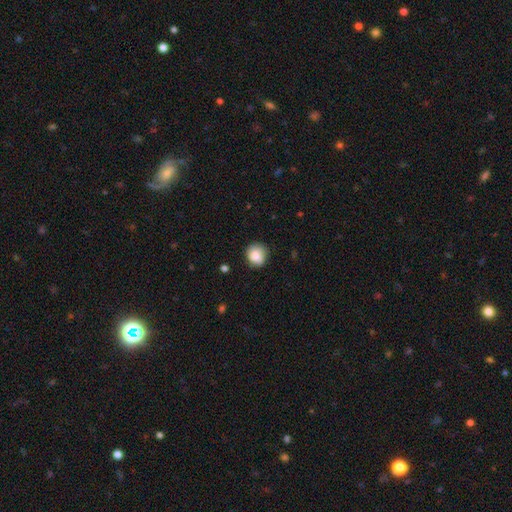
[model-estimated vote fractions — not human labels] Smooth or featured?
  - smooth: 85% *
  - star or artifact: 8%
  - featured or disk: 7%
How rounded?
  - round: 84% *
  - in between: 15%
  - cigar-shaped: 1%
Merging?
  - none: 73% *
  - minor disturbance: 21%
  - major disturbance: 5%
  - merger: 2%